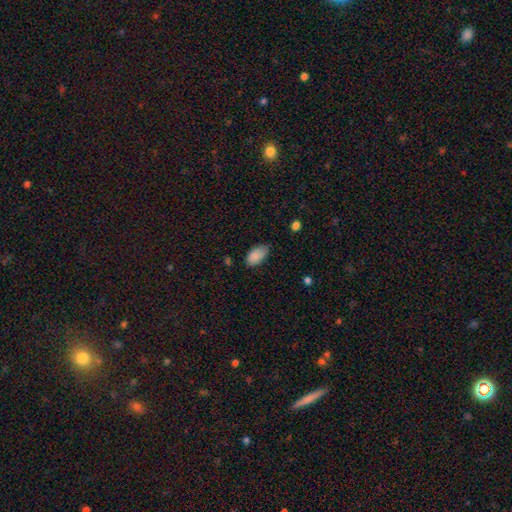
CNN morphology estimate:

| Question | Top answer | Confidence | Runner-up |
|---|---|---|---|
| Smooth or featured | smooth | 87% | star or artifact (7%) |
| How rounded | in between | 94% | round (4%) |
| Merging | none | 58% | minor disturbance (34%) |